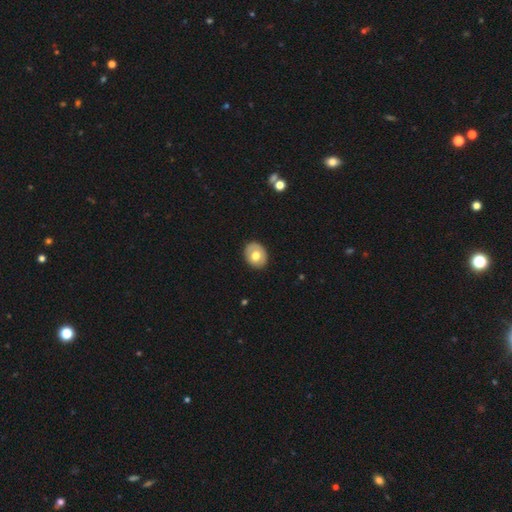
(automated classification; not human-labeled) The model was most divided on "how rounded": round: 57%, in between: 42%, cigar-shaped: 1%. More confident: merging — none (86%); smooth or featured — smooth (64%).